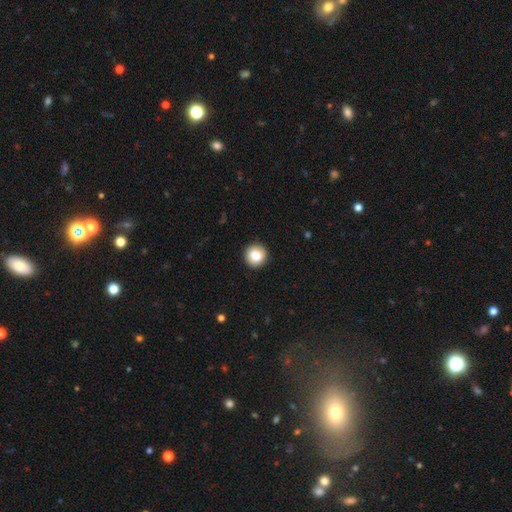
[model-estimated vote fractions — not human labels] Q: Smooth or featured?
A: smooth (86%); runner-up: star or artifact (8%)
Q: How rounded?
A: round (94%); runner-up: in between (5%)
Q: Merging?
A: none (91%); runner-up: minor disturbance (6%)